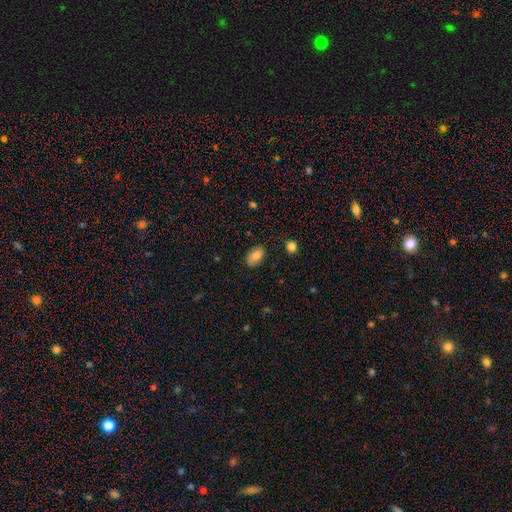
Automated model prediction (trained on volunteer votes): Smooth or featured? smooth (81%)
How rounded? in between (91%)
Merging? none (84%)